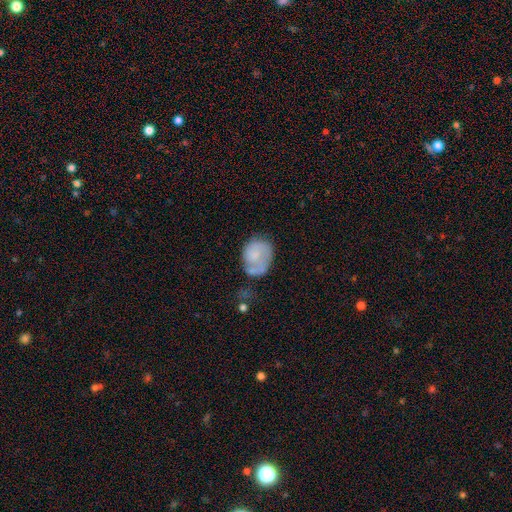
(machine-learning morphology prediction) A smooth galaxy with no disk features (52%) that is in between round and cigar-shaped (56%).

Vote fractions:
- Smooth or featured? smooth: 52% / featured or disk: 40% / star or artifact: 8%
- How rounded? in between: 56% / round: 43% / cigar-shaped: 1%
- Merging? none: 38% / minor disturbance: 28% / major disturbance: 25% / merger: 9%